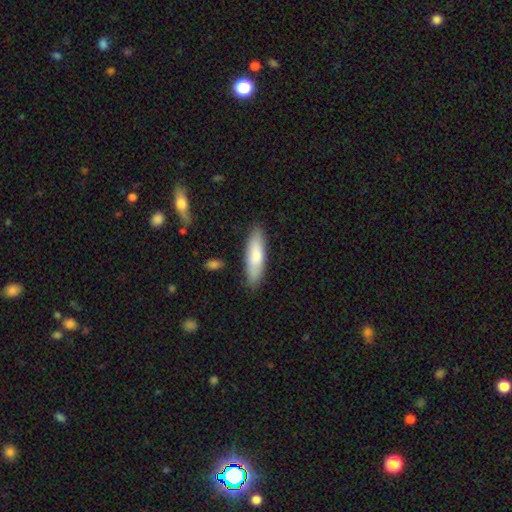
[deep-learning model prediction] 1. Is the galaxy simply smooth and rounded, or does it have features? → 70% smooth, 22% featured or disk, 8% star or artifact.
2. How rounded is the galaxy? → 65% cigar-shaped, 33% in between, 2% round.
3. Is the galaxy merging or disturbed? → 88% none, 9% minor disturbance, 2% major disturbance, 1% merger.